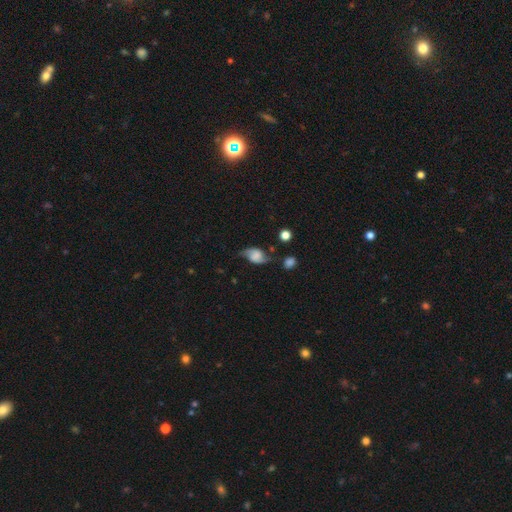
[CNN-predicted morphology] featured or disk 57%, smooth 33%, star or artifact 10%. Down the decision tree: edge-on disk — no (95%); bar — no (54%); spiral arms — yes (89%); bulge size — none (47%); merging — none (58%).